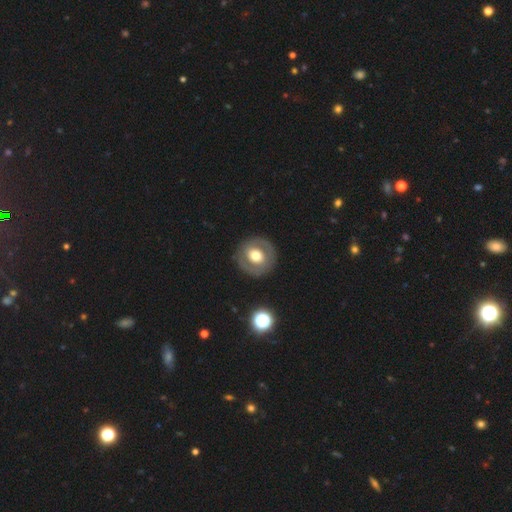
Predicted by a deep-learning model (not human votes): This is possibly a smooth galaxy (48%). Merging: clearly none (86%).